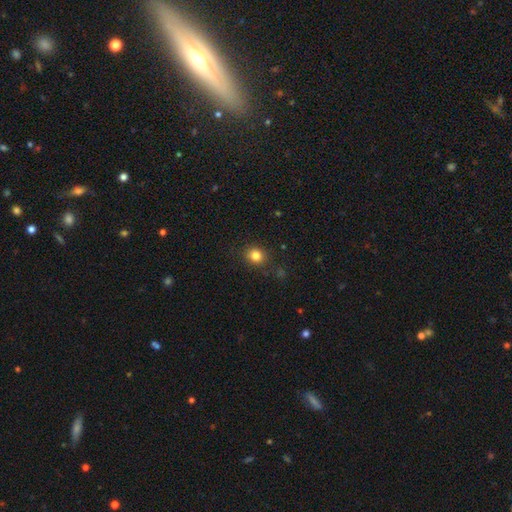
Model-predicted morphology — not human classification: A smooth galaxy with no disk features (82%) that is round (72%).

Vote fractions:
- Smooth or featured? smooth: 82% / star or artifact: 12% / featured or disk: 6%
- How rounded? round: 72% / in between: 28% / cigar-shaped: 1%
- Merging? none: 87% / minor disturbance: 9% / major disturbance: 3% / merger: 2%